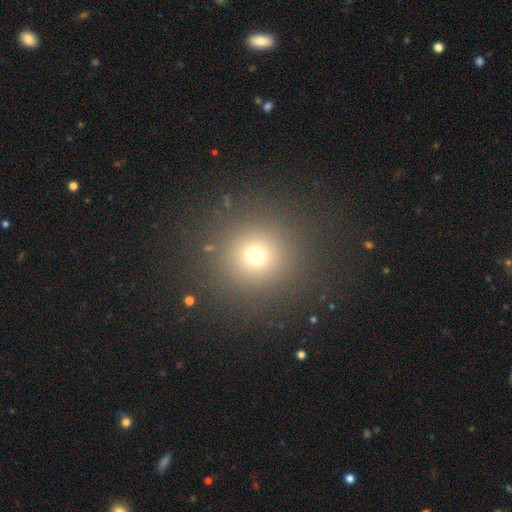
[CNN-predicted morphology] A smooth galaxy with no disk features (69%) that is round (94%). Merging: none (88%).